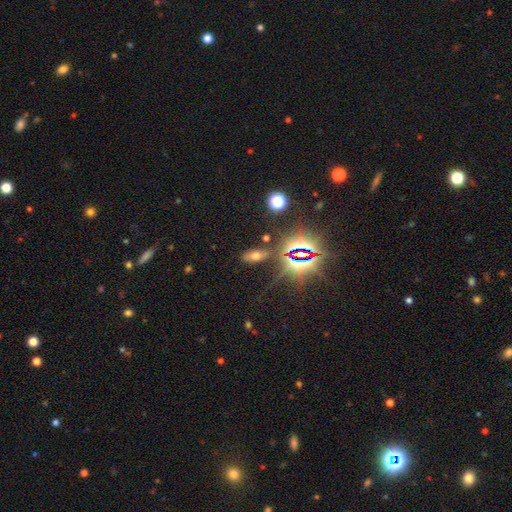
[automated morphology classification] This is possibly a smooth galaxy (47%). Merging: likely none (78%).